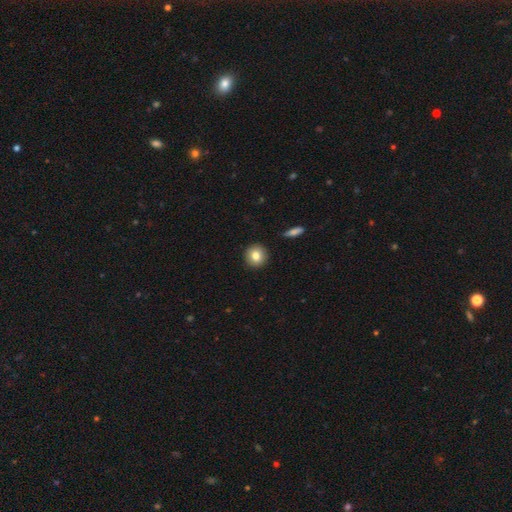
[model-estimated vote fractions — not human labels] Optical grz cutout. It shows a smooth galaxy with no disk features (81%) that is round (92%). Merging: none (92%).